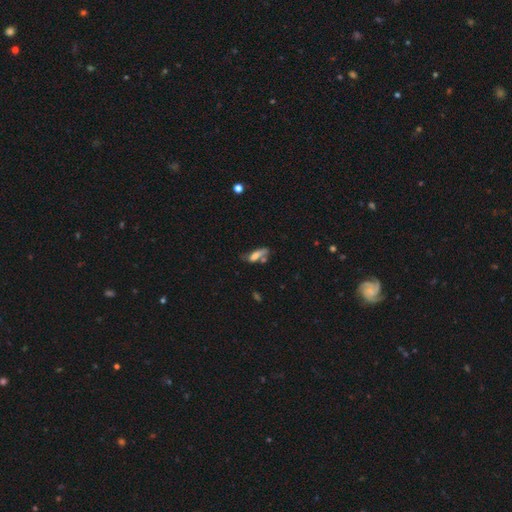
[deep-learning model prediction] A smooth galaxy with no disk features (61%) that is in between round and cigar-shaped (54%).

Vote fractions:
- Smooth or featured? smooth: 61% / featured or disk: 28% / star or artifact: 10%
- How rounded? in between: 54% / cigar-shaped: 42% / round: 4%
- Merging? none: 37% / merger: 24% / minor disturbance: 23% / major disturbance: 16%